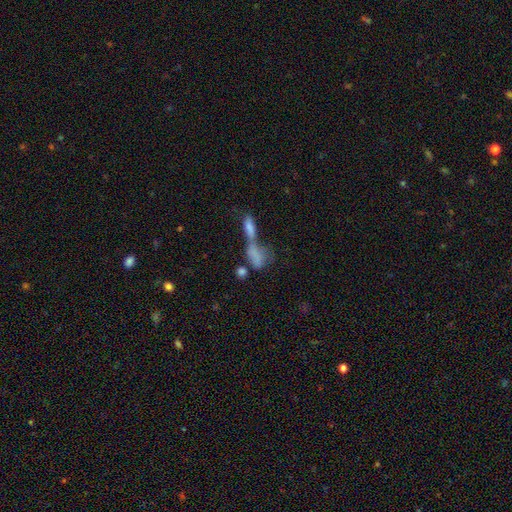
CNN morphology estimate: This is likely a smooth galaxy (69%). How rounded: likely in between (69%). Merging: likely merger (65%).